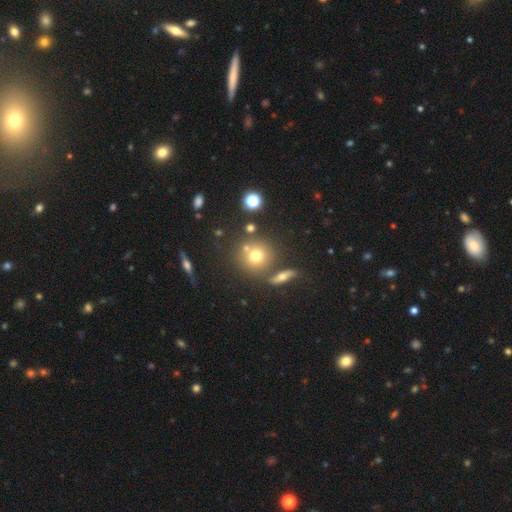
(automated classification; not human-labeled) This appears to be a smooth galaxy with no disk features (69%) that is round (90%). Merging: none (68%).